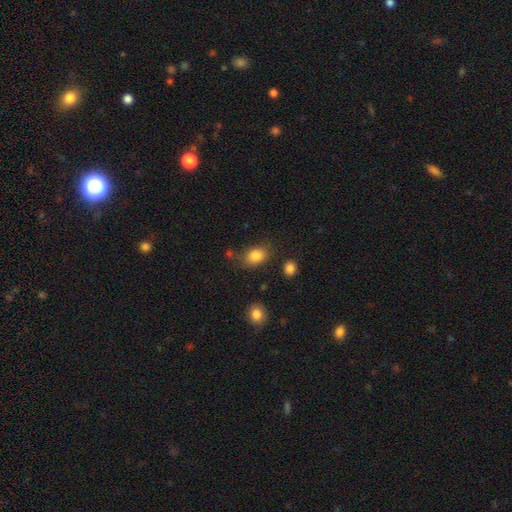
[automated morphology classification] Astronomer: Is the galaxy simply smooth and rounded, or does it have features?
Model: smooth — 85%.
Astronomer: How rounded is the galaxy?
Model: in between — 68%.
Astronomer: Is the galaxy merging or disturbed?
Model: none — 70%.